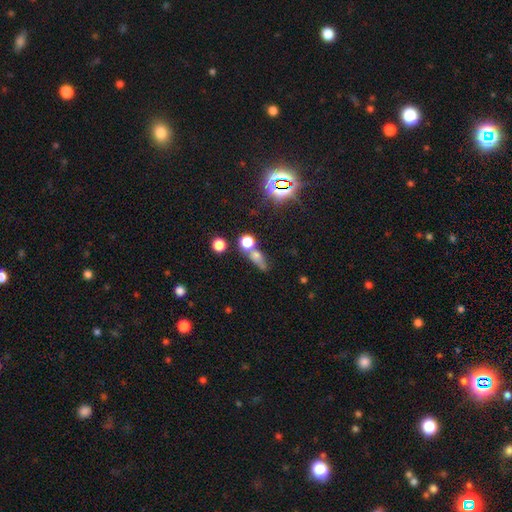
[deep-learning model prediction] smooth 58%, star or artifact 25%, featured or disk 16%. Down the decision tree: how rounded — round (44%); merging — none (42%).